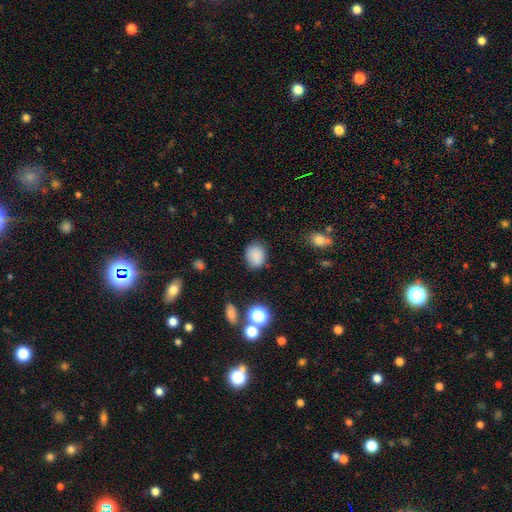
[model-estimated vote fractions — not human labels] Smooth or featured? smooth (84%)
How rounded? round (51%)
Merging? none (78%)